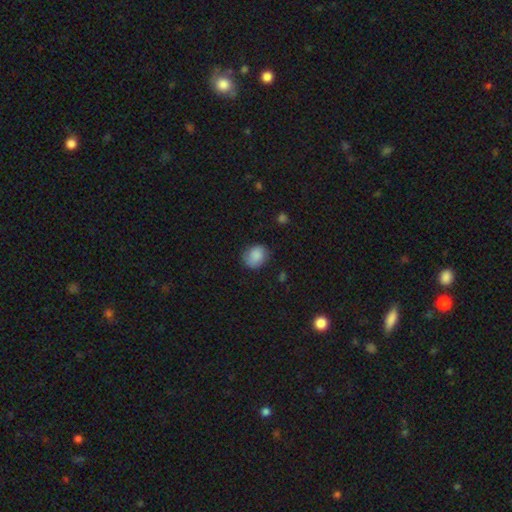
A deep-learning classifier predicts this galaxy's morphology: Smooth or featured? Predicted: smooth (p=0.85). How rounded? Predicted: round (p=0.53). Merging? Predicted: none (p=0.75).